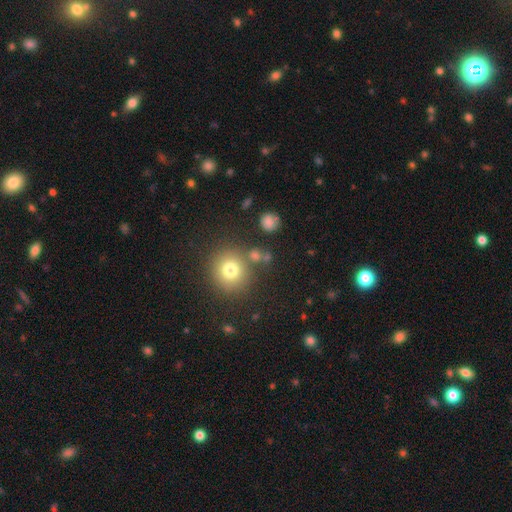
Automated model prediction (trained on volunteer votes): smooth-or-featured: smooth: 73% | star or artifact: 18% | featured or disk: 9%
  how-rounded: round: 87% | in between: 12% | cigar-shaped: 1%
  merging: none: 77% | merger: 10% | minor disturbance: 9% | major disturbance: 4%